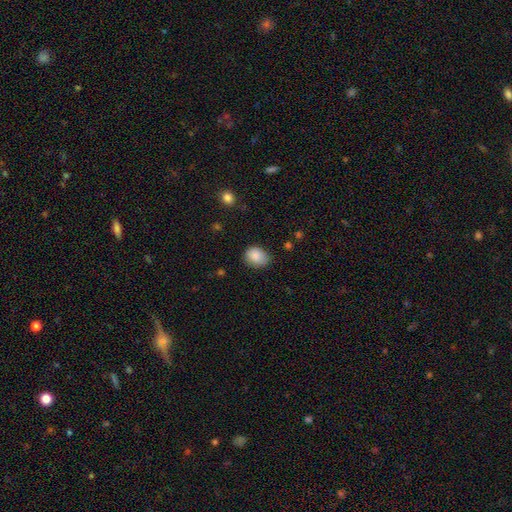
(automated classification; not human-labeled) Smooth or featured?
  - smooth: 87% *
  - star or artifact: 8%
  - featured or disk: 5%
How rounded?
  - in between: 51% *
  - round: 48%
  - cigar-shaped: 1%
Merging?
  - none: 69% *
  - minor disturbance: 25%
  - major disturbance: 5%
  - merger: 1%